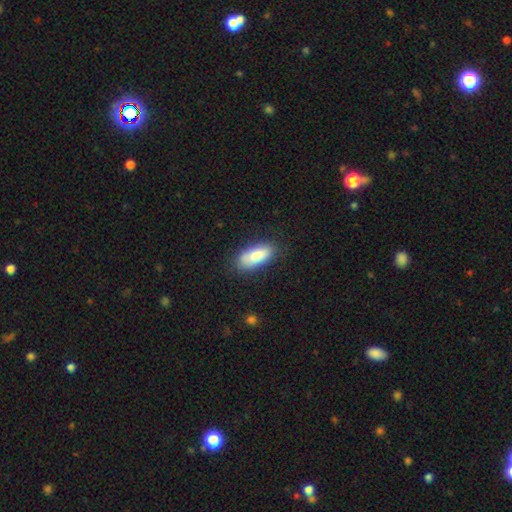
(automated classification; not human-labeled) Q: Smooth or featured?
A: smooth (80%); runner-up: featured or disk (13%)
Q: How rounded?
A: in between (86%); runner-up: cigar-shaped (11%)
Q: Merging?
A: none (81%); runner-up: minor disturbance (14%)